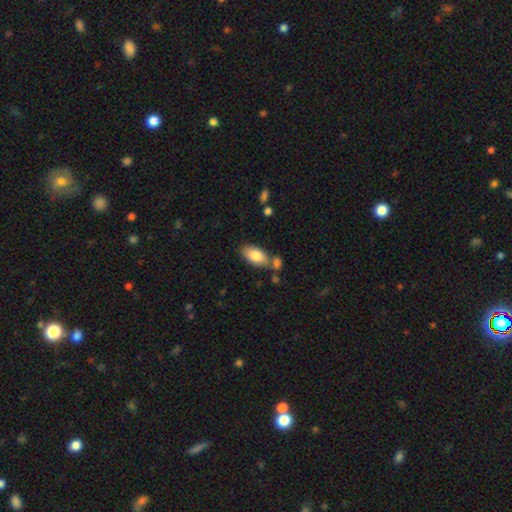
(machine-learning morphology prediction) smooth 81%, featured or disk 12%, star or artifact 6%. Down the decision tree: how rounded — in between (94%); merging — none (64%).